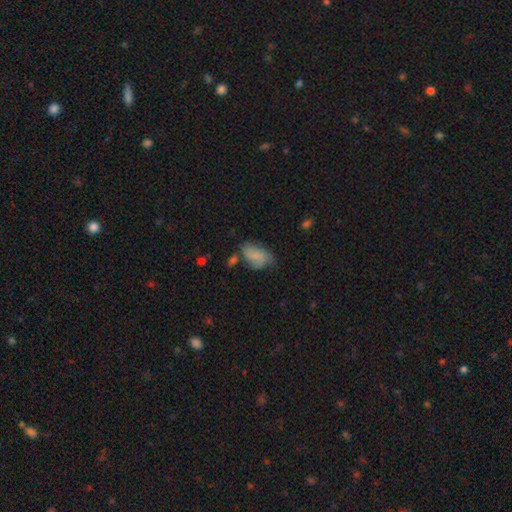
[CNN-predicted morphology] Overall: smooth (69%). How rounded: in between (89%). Merging: none (43%; minor disturbance 34%).